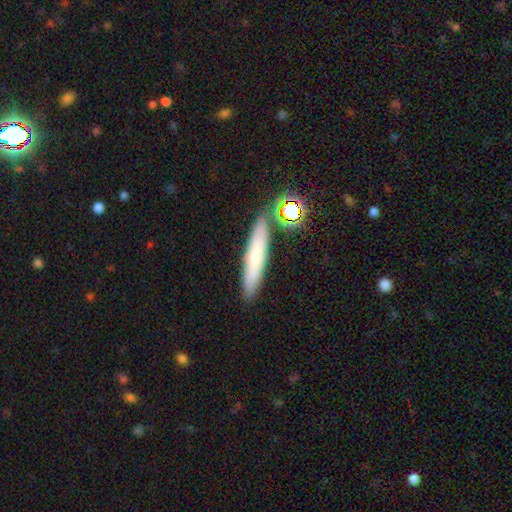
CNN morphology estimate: Smooth or featured: smooth — 65% (featured or disk — 23%)
How rounded: cigar-shaped — 86% (in between — 11%)
Merging: none — 83% (minor disturbance — 9%)